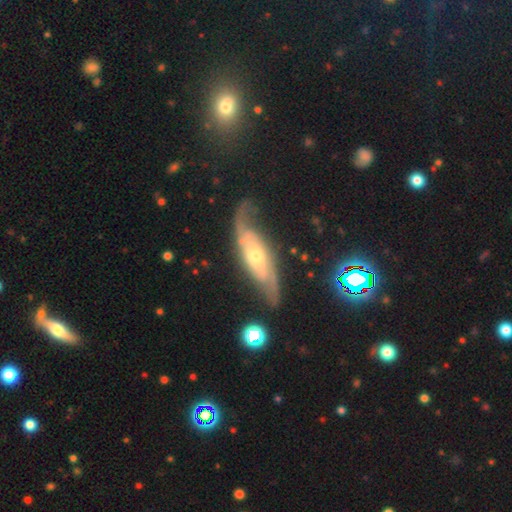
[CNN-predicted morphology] type=featured or disk (79%); edge-on=no (77%); bar=no (53%); spiral arms=yes (93%); winding=loose (39%); arm count=2 (79%); bulge=moderate (54%); merging=none (67%).